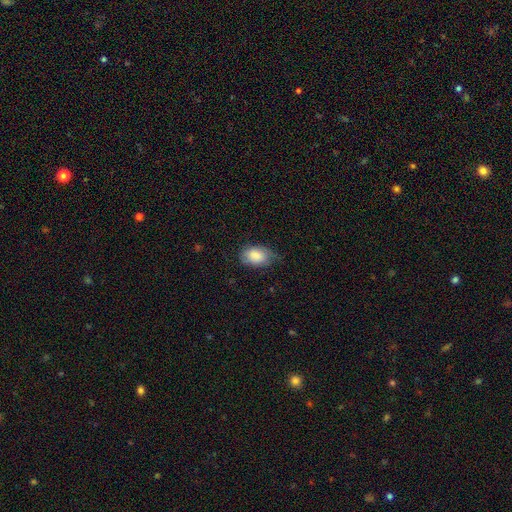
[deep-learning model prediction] This is likely a smooth galaxy (80%). How rounded: clearly in between (87%). Merging: possibly none (51%).